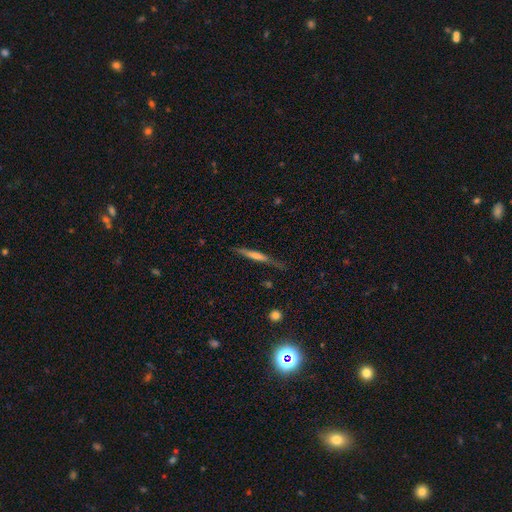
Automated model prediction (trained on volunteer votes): smooth_or_featured: featured or disk (p=0.47) [alt: smooth p=0.46]
merging: none (p=0.76) [alt: minor disturbance p=0.17]